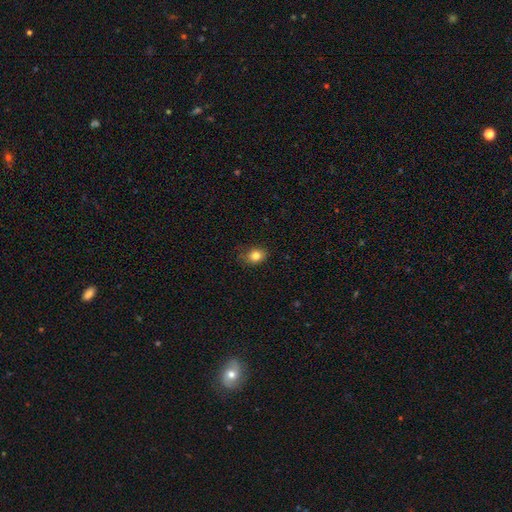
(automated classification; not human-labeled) This is clearly a smooth galaxy (83%). How rounded: possibly in between (52%). Merging: likely none (75%).